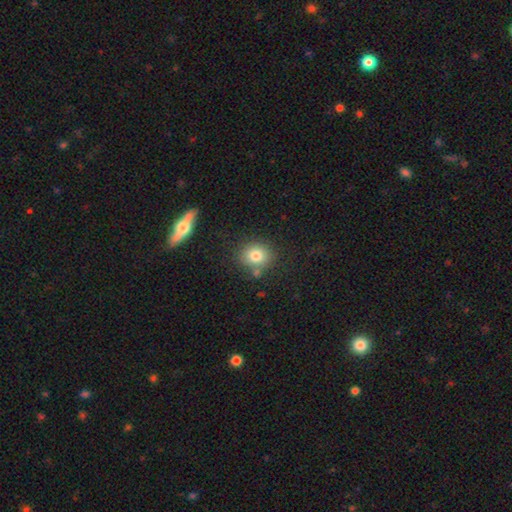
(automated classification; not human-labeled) Overall: smooth (80%). How rounded: round (68%; in between 31%). Merging: none (75%).